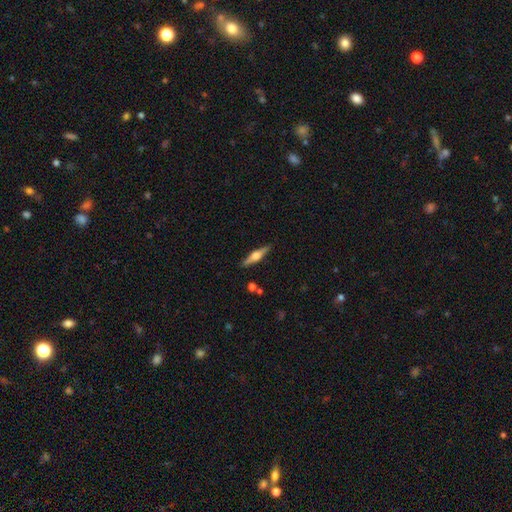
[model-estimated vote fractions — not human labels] Morphology: type=featured or disk (68%); edge-on=yes (97%); edge-on bulge=rounded (91%); merging=none (89%).